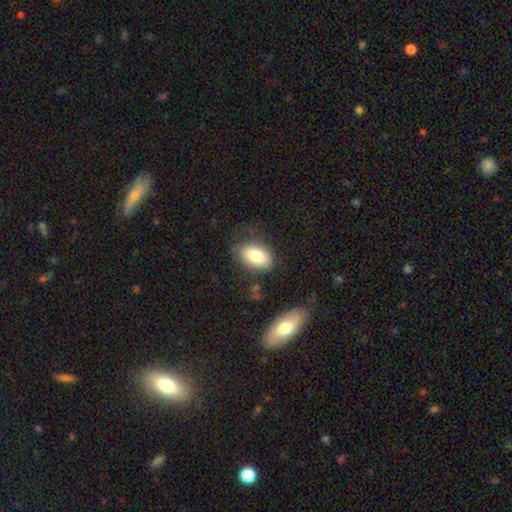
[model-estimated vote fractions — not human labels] Smooth or featured: smooth — 80% (featured or disk — 12%)
How rounded: in between — 87% (round — 11%)
Merging: none — 73% (minor disturbance — 18%)